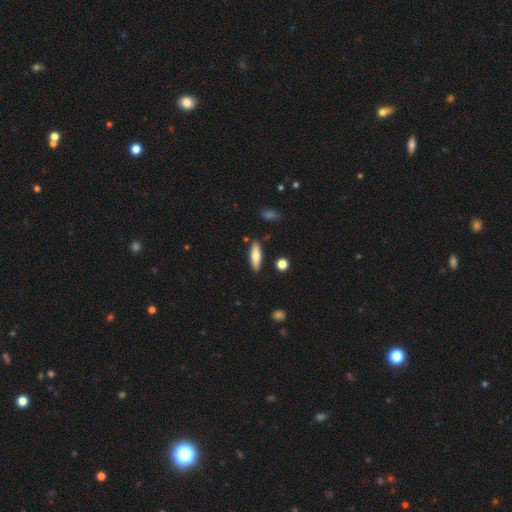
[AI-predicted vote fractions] This is likely a smooth galaxy (68%). How rounded: possibly cigar-shaped (58%). Merging: clearly none (85%).